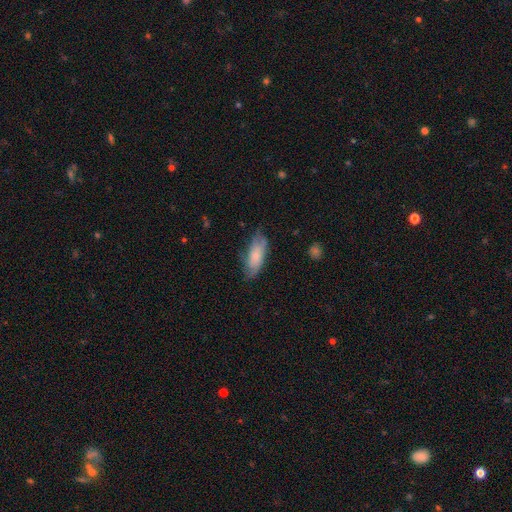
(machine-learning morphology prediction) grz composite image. It shows a smooth galaxy with no disk features (63%) that is in between round and cigar-shaped (77%). Merging: none (62%).